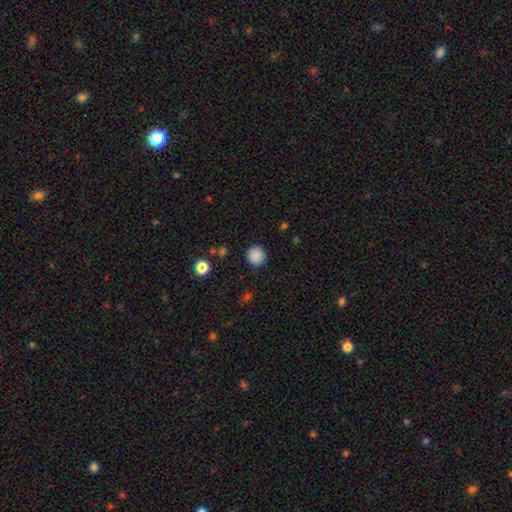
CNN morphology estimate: type=smooth (88%); roundness=round (94%); merging=none (90%).